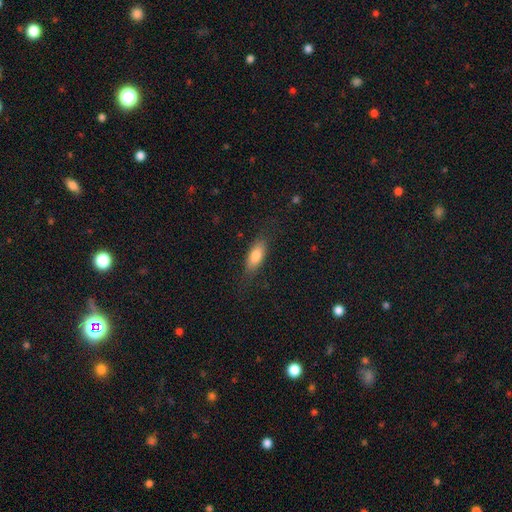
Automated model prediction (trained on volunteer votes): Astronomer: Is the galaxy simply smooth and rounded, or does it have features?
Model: smooth — 78%.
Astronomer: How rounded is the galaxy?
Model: in between — 78%.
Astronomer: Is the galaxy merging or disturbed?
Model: none — 79%.